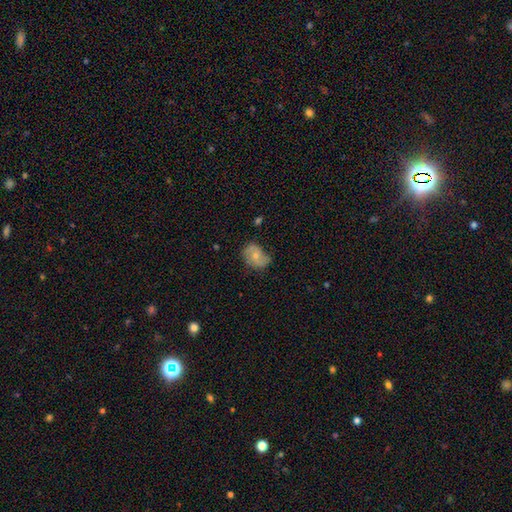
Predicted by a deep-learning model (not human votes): Morphology: type=smooth (51%); roundness=in between (70%); merging=none (58%).